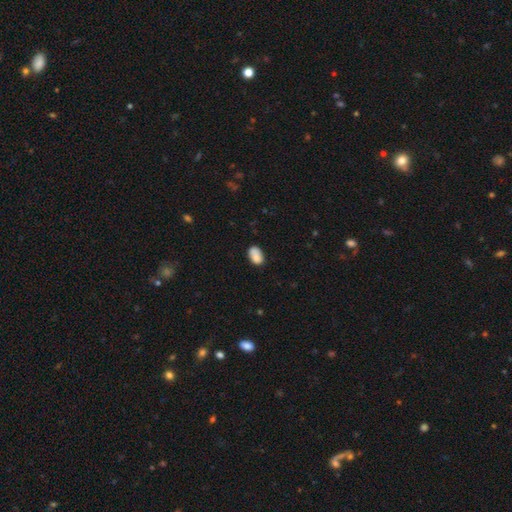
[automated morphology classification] A smooth galaxy with no disk features (84%) that is in between round and cigar-shaped (88%).

Vote fractions:
- Smooth or featured? smooth: 84% / star or artifact: 8% / featured or disk: 8%
- How rounded? in between: 88% / round: 10% / cigar-shaped: 1%
- Merging? none: 66% / minor disturbance: 21% / merger: 8% / major disturbance: 5%